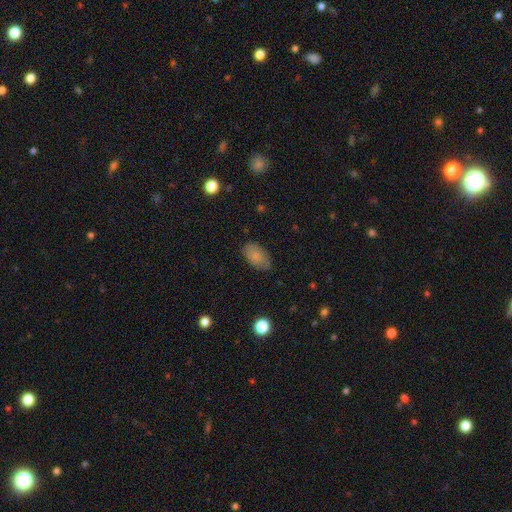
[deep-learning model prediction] A smooth galaxy with no disk features (81%) that is in between round and cigar-shaped (93%). Merging: none (78%).